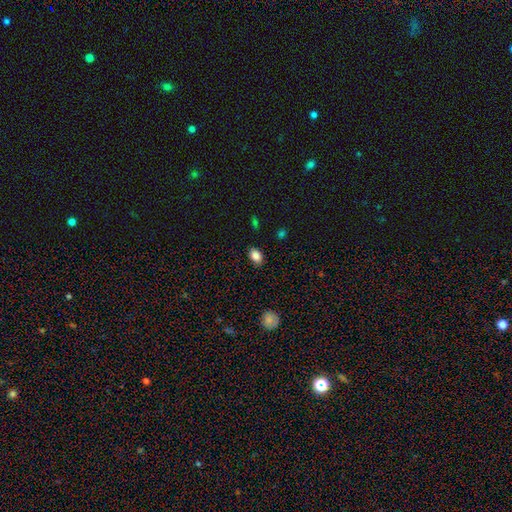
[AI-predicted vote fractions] The model was most divided on "how rounded": in between: 80%, round: 19%, cigar-shaped: 1%. More confident: merging — none (86%); smooth or featured — smooth (85%).